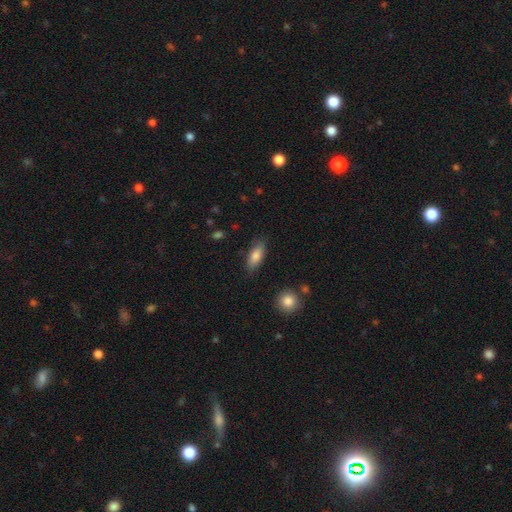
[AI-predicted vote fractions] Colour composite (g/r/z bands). It shows a smooth galaxy with no disk features (80%) that is in between round and cigar-shaped (74%). Merging: none (81%).